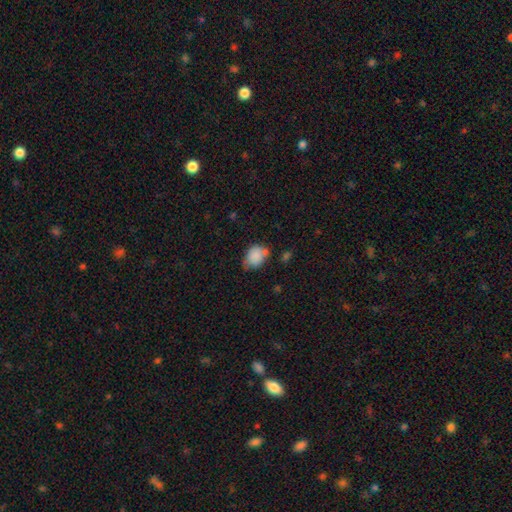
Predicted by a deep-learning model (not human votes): The model was most divided on "merging": none: 50%, minor disturbance: 32%, merger: 9%, major disturbance: 8%. More confident: smooth or featured — smooth (84%); how rounded — in between (60%).